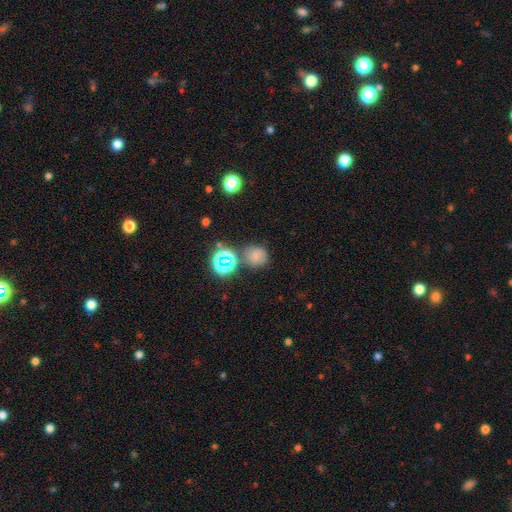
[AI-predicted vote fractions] A smooth galaxy with no disk features (67%) that is round (80%).

Vote fractions:
- Smooth or featured? smooth: 67% / star or artifact: 24% / featured or disk: 10%
- How rounded? round: 80% / in between: 19% / cigar-shaped: 1%
- Merging? none: 69% / minor disturbance: 14% / merger: 12% / major disturbance: 5%